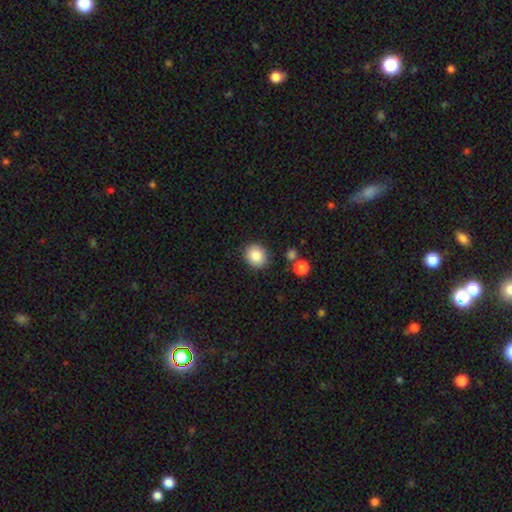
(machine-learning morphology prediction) The model was most divided on "how rounded": round: 82%, in between: 18%, cigar-shaped: 1%. More confident: smooth or featured — smooth (86%); merging — none (86%).